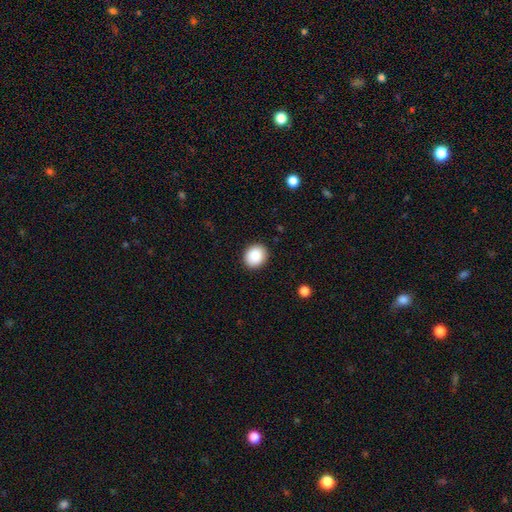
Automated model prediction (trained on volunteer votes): The model was most divided on "how rounded": round: 68%, in between: 31%, cigar-shaped: 1%. More confident: merging — none (90%); smooth or featured — smooth (89%).